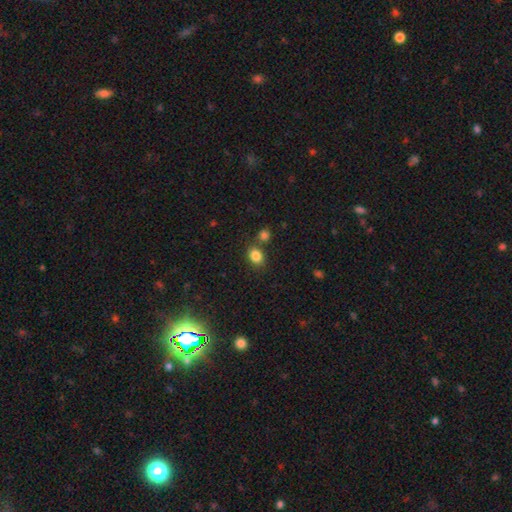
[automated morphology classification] Q: Smooth or featured?
A: smooth (84%); runner-up: star or artifact (11%)
Q: How rounded?
A: in between (55%); runner-up: round (44%)
Q: Merging?
A: none (68%); runner-up: merger (18%)